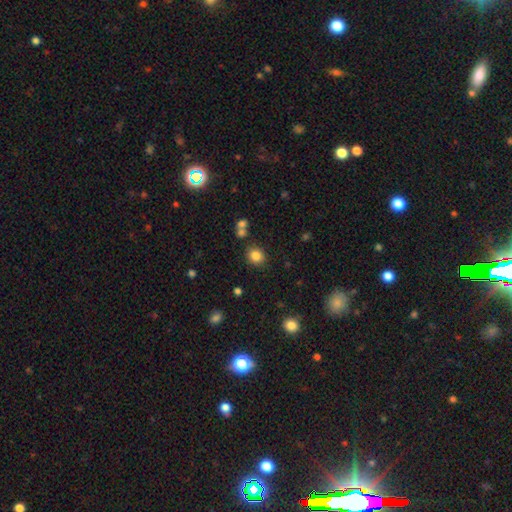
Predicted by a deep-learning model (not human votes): smooth-or-featured: smooth: 83% | star or artifact: 12% | featured or disk: 6%
  how-rounded: round: 76% | in between: 23% | cigar-shaped: 1%
  merging: none: 82% | minor disturbance: 9% | merger: 6% | major disturbance: 3%